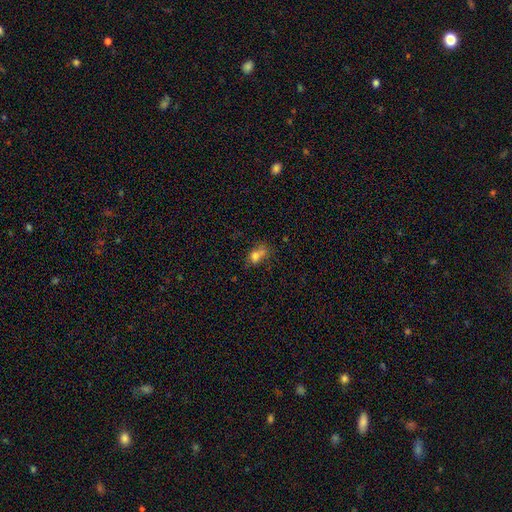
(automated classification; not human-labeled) This is likely a smooth galaxy (70%). How rounded: possibly in between (58%). Merging: marginally merger (43%).